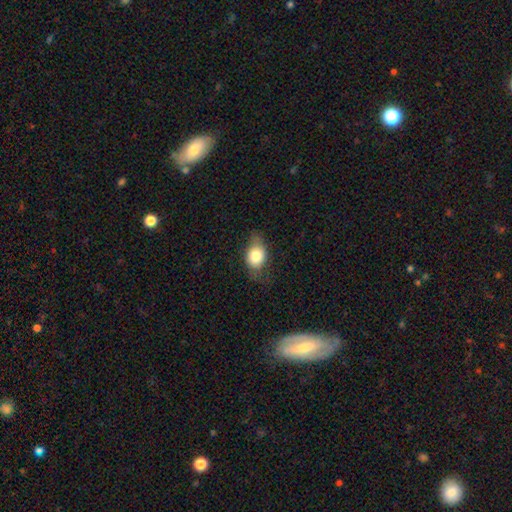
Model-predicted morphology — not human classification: Smooth or featured? Predicted: smooth (p=0.75). How rounded? Predicted: in between (p=0.67). Merging? Predicted: none (p=0.58).